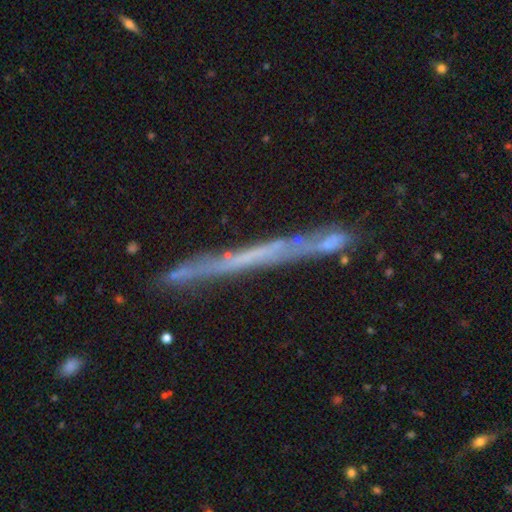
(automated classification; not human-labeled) Overall: featured or disk (57%; smooth 31%). Edge-on disk: yes (95%). Edge-on bulge: none (92%). Merging: none (81%).